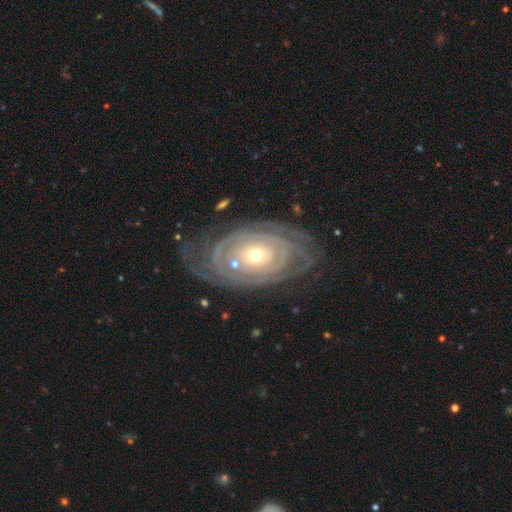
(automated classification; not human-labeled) The model was most divided on "bulge size": small: 51%, moderate: 44%, large: 3%, dominant: 1%, none: 1%. Remaining: edge-on disk — no (95%); spiral arms — yes (86%); smooth or featured — featured or disk (86%); bar — no (85%); spiral winding — tight (84%); merging — none (70%); spiral arm count — can't tell (39%).